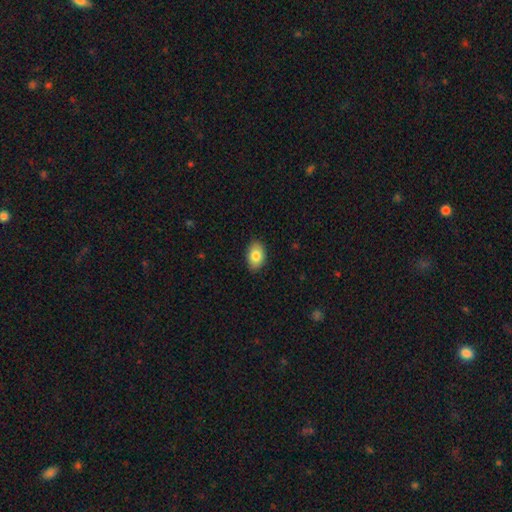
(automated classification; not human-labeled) smooth 83%, featured or disk 10%, star or artifact 7%. Down the decision tree: how rounded — in between (87%); merging — none (88%).